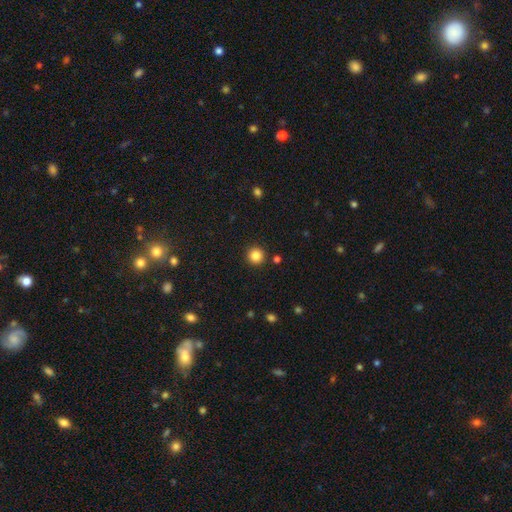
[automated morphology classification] Overall: smooth (85%). How rounded: round (95%). Merging: none (91%).